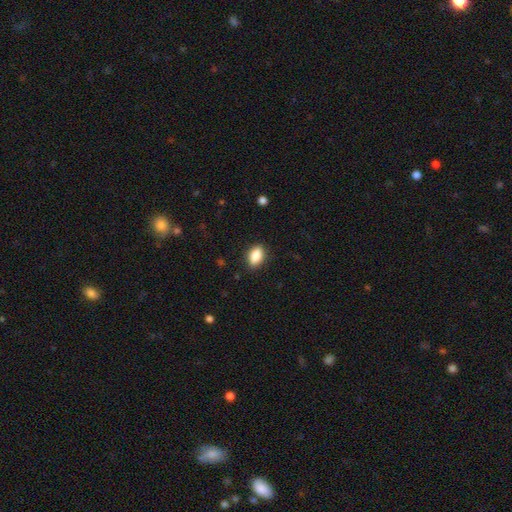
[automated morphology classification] A smooth galaxy with no disk features (87%) that is in between round and cigar-shaped (88%). Merging: none (87%).